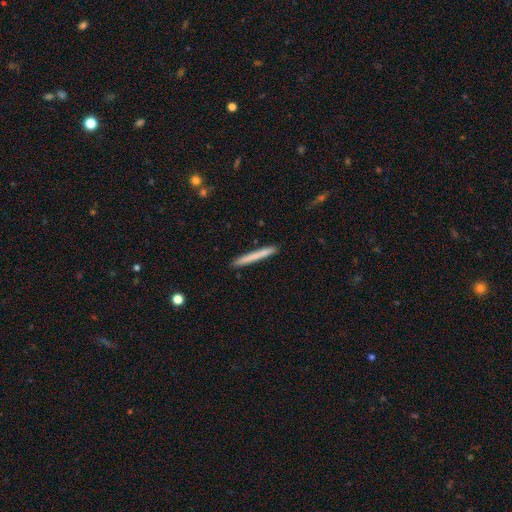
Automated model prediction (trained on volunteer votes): A smooth galaxy with no disk features (72%) that is cigar-shaped (97%).

Vote fractions:
- Smooth or featured? smooth: 72% / featured or disk: 22% / star or artifact: 6%
- How rounded? cigar-shaped: 97% / in between: 2% / round: 1%
- Merging? none: 91% / minor disturbance: 6% / major disturbance: 1% / merger: 1%